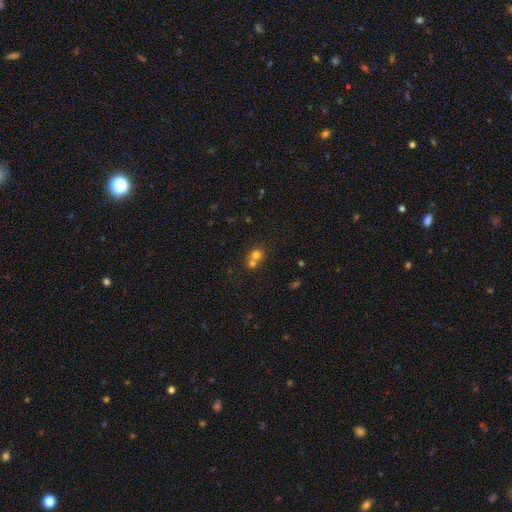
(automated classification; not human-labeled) smooth-or-featured: smooth: 69% | featured or disk: 16% | star or artifact: 15%
  how-rounded: round: 75% | in between: 24% | cigar-shaped: 1%
  merging: merger: 62% | none: 30% | minor disturbance: 5% | major disturbance: 3%